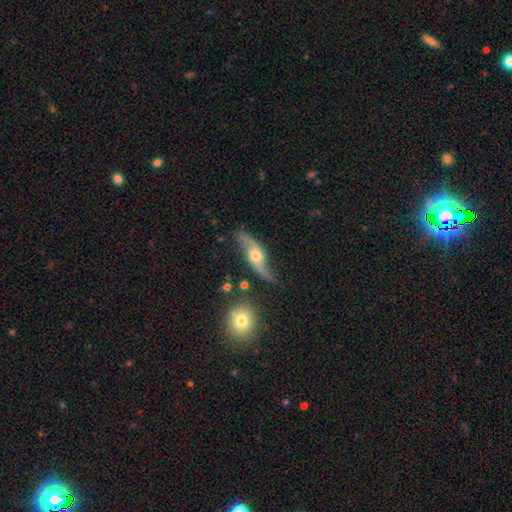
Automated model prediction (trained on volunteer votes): smooth-or-featured: featured or disk: 81% | smooth: 14% | star or artifact: 6%
  disk-edge-on: no: 77% | yes: 23%
    bar: no: 66% | weak: 26% | strong: 8%
    has-spiral-arms: yes: 93% | no: 7%
      spiral-winding: loose: 87% | medium: 10% | tight: 4%
      spiral-arm-count: 2: 93% | can't tell: 3% | 1: 2% | 3: 1% | 4: 1% | more than 4: 1%
    bulge-size: moderate: 64% | small: 24% | large: 8% | none: 2% | dominant: 2%
  merging: none: 70% | minor disturbance: 19% | major disturbance: 8% | merger: 4%